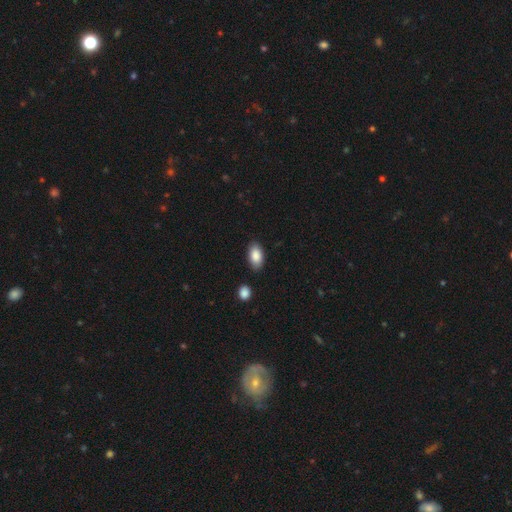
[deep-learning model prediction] Smooth or featured?
  - smooth: 88% *
  - star or artifact: 6%
  - featured or disk: 6%
How rounded?
  - in between: 93% *
  - round: 4%
  - cigar-shaped: 2%
Merging?
  - none: 85% *
  - minor disturbance: 10%
  - merger: 2%
  - major disturbance: 2%